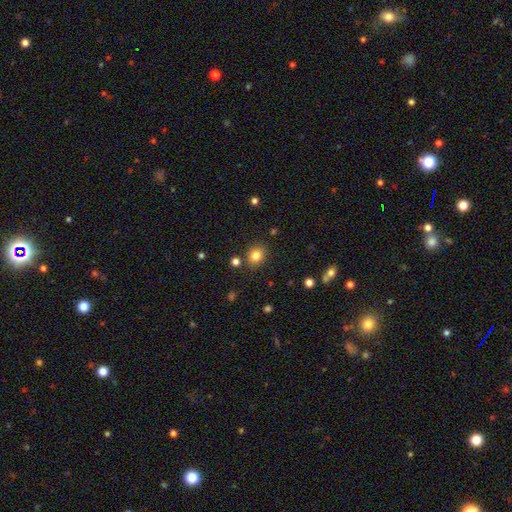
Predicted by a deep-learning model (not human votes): Overall: smooth (82%). How rounded: round (69%; in between 30%). Merging: none (84%).